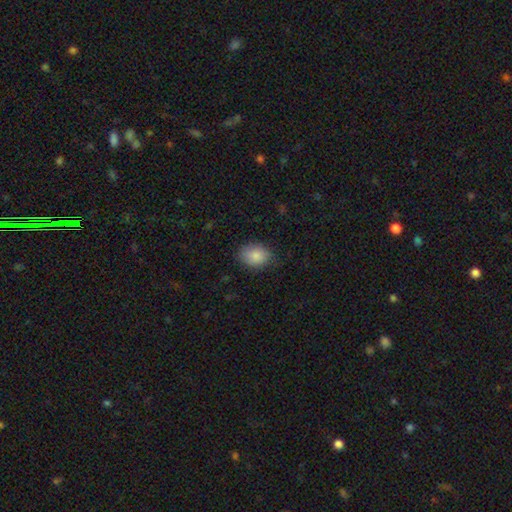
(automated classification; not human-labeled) This appears to be a smooth galaxy with no disk features (87%) that is in between round and cigar-shaped (63%). Merging: none (78%).